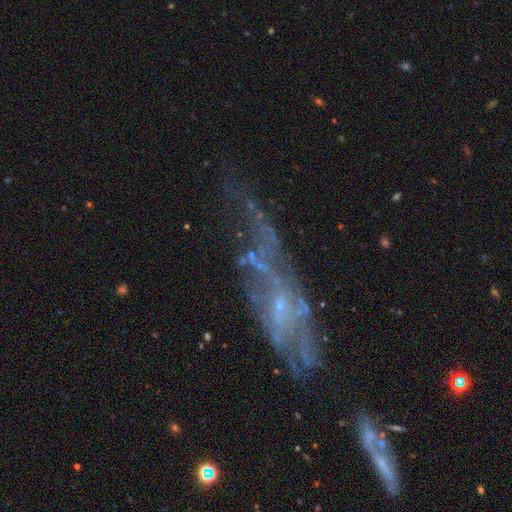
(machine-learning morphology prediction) Q: Smooth or featured?
A: featured or disk (69%); runner-up: smooth (17%)
Q: Edge-on disk?
A: no (81%); runner-up: yes (19%)
Q: Bar?
A: no (69%); runner-up: weak (23%)
Q: Spiral arms?
A: no (51%); runner-up: yes (49%)
Q: Bulge size?
A: small (70%); runner-up: none (17%)
Q: Merging?
A: none (42%); runner-up: major disturbance (30%)